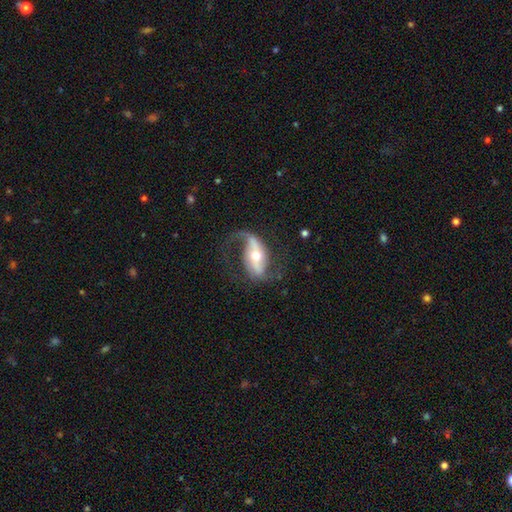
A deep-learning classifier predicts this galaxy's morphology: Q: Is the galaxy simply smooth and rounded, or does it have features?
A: featured or disk — 83%.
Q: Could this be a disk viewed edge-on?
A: no — 92%.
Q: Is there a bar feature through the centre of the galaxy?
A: strong — 44%.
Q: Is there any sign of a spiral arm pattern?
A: yes — 93%.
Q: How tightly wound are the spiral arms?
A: loose — 68%.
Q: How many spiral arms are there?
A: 2 — 75%.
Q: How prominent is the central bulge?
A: moderate — 64%.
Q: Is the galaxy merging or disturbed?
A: none — 60%.